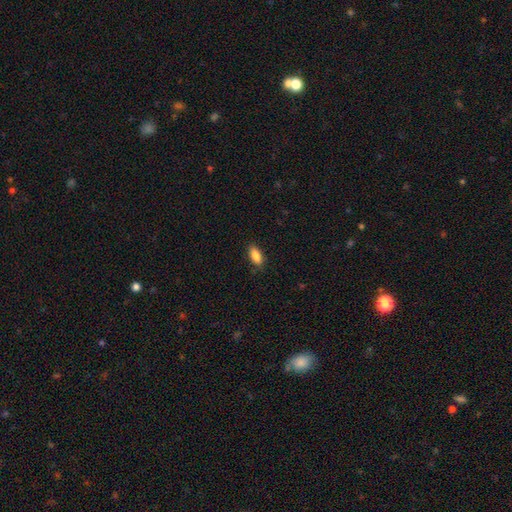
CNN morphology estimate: smooth-or-featured: smooth: 88% | star or artifact: 7% | featured or disk: 5%
  how-rounded: in between: 88% | cigar-shaped: 9% | round: 3%
  merging: none: 86% | minor disturbance: 11% | major disturbance: 2% | merger: 1%